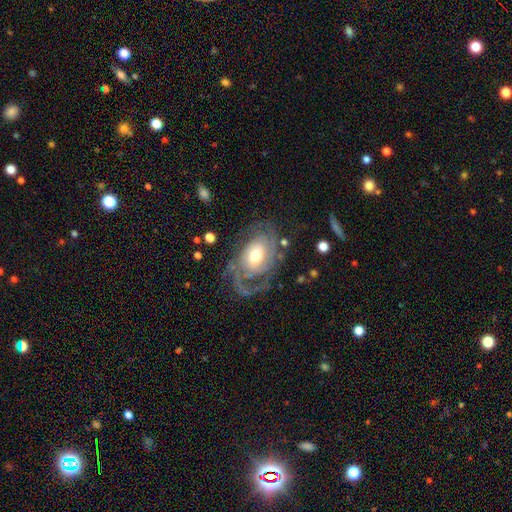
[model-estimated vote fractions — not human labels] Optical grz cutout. It shows a featured or disk galaxy (84%) with no bar (62%), 2 (50%) tight (42%) spiral arms (92%) and a moderate central bulge (66%). Merging: none (58%).